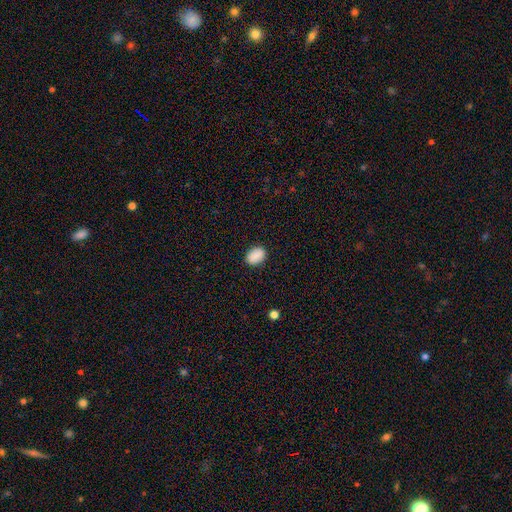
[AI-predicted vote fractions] Smooth or featured: smooth — 90% (star or artifact — 8%)
How rounded: in between — 79% (round — 20%)
Merging: none — 89% (minor disturbance — 8%)